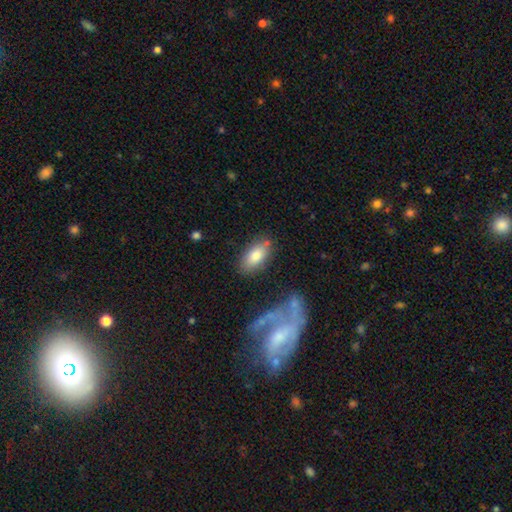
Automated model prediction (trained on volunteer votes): smooth 80%, featured or disk 13%, star or artifact 6%. Down the decision tree: how rounded — in between (90%); merging — none (77%).